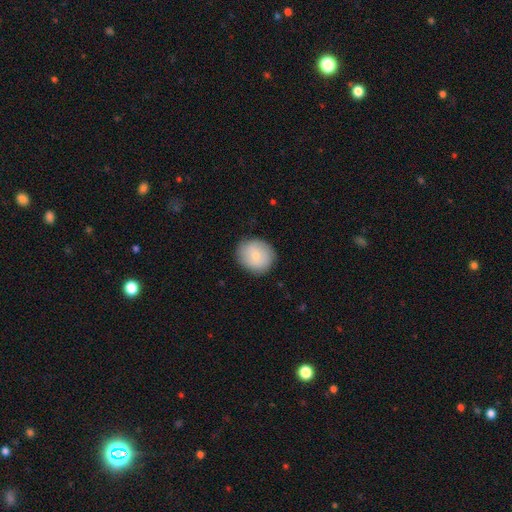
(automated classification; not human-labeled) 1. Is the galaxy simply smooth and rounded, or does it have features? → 74% smooth, 19% featured or disk, 7% star or artifact.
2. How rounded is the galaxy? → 78% round, 21% in between, 1% cigar-shaped.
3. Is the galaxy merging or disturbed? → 85% none, 11% minor disturbance, 3% major disturbance, 1% merger.